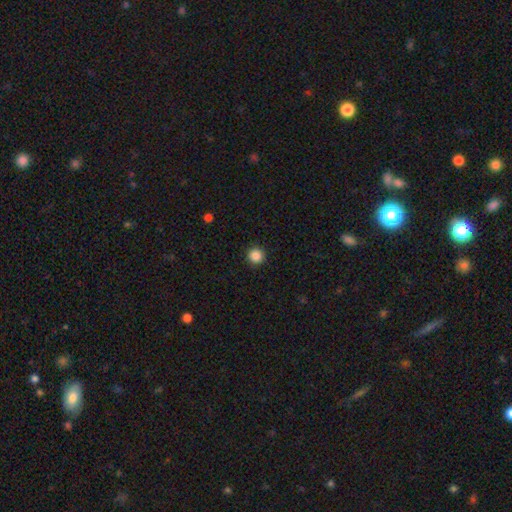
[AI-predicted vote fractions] Smooth or featured?
  - smooth: 87% *
  - star or artifact: 11%
  - featured or disk: 3%
How rounded?
  - round: 96% *
  - in between: 3%
  - cigar-shaped: 1%
Merging?
  - none: 93% *
  - minor disturbance: 4%
  - major disturbance: 2%
  - merger: 1%